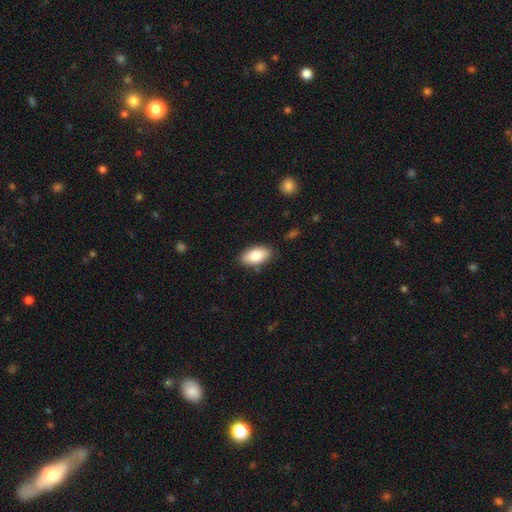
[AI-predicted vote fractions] smooth 83%, featured or disk 10%, star or artifact 7%. Down the decision tree: how rounded — in between (93%); merging — none (85%).